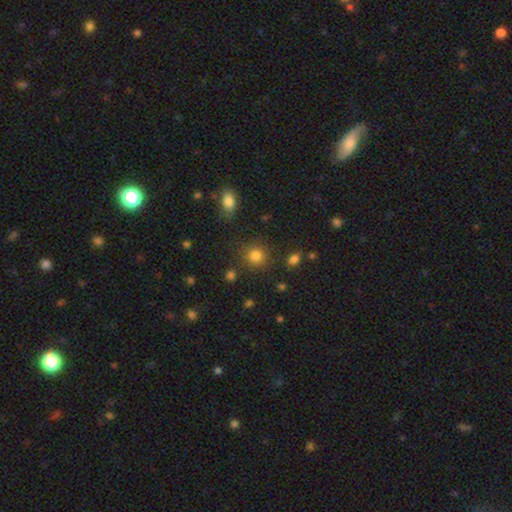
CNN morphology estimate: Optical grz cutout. It shows a smooth galaxy with no disk features (81%) that is round (89%). Merging: none (84%).